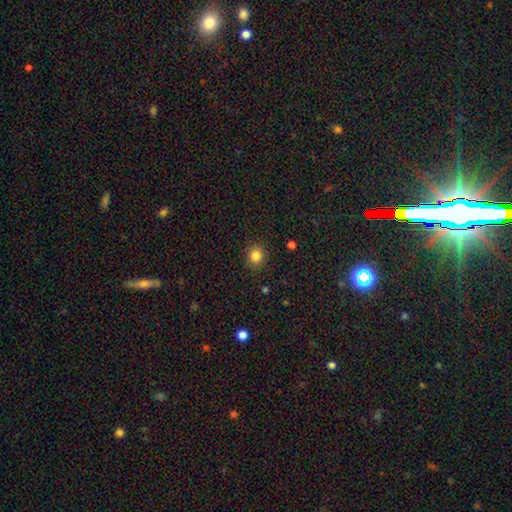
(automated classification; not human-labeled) smooth-or-featured: smooth: 84% | star or artifact: 12% | featured or disk: 4%
  how-rounded: round: 86% | in between: 13% | cigar-shaped: 1%
  merging: none: 89% | minor disturbance: 8% | major disturbance: 2% | merger: 1%